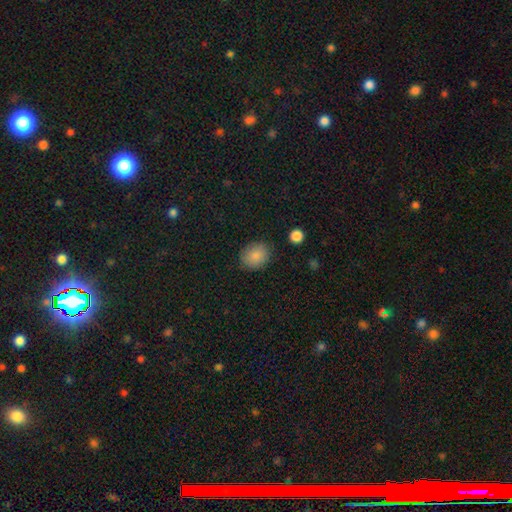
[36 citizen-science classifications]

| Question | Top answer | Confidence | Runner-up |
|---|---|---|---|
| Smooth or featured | smooth | 89% | featured or disk (8%) |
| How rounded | in between | 56% | round (44%) |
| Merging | none | 74% | minor disturbance (17%) |